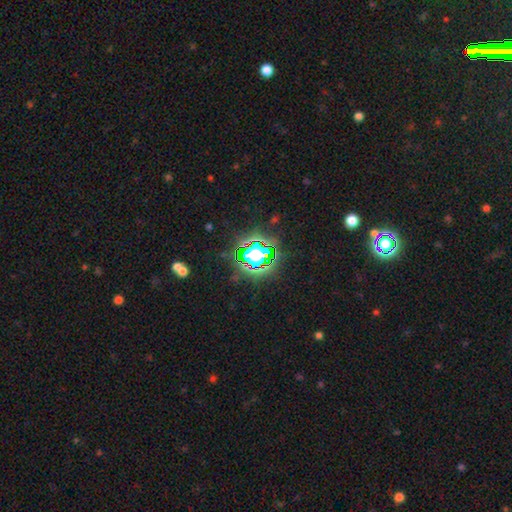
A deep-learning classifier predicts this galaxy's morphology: Overall: star or artifact (69%).